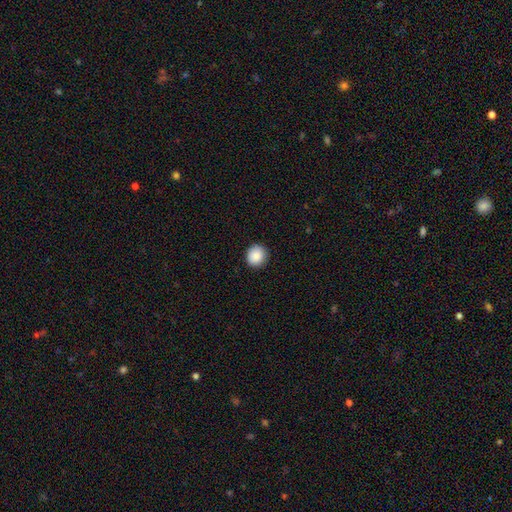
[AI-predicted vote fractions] Smooth or featured?
  - smooth: 88% *
  - star or artifact: 8%
  - featured or disk: 4%
How rounded?
  - round: 88% *
  - in between: 11%
  - cigar-shaped: 1%
Merging?
  - none: 90% *
  - minor disturbance: 7%
  - major disturbance: 2%
  - merger: 1%